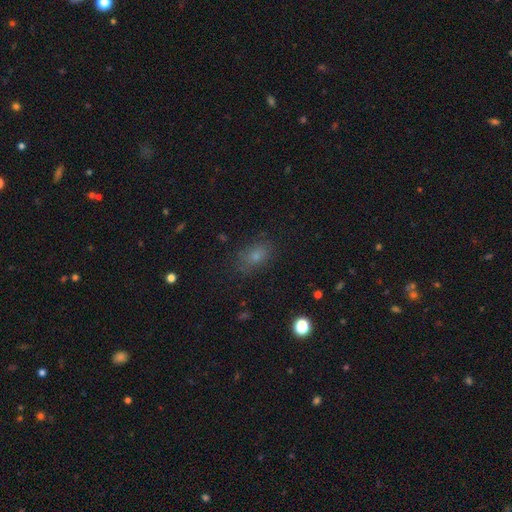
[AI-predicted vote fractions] This appears to be a smooth galaxy with no disk features (70%) that is in between round and cigar-shaped (77%). Merging: none (77%).